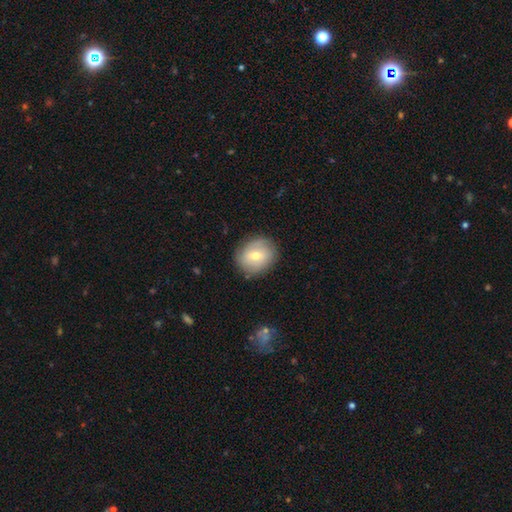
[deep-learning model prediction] Smooth or featured? smooth (57%)
How rounded? round (70%)
Merging? none (83%)